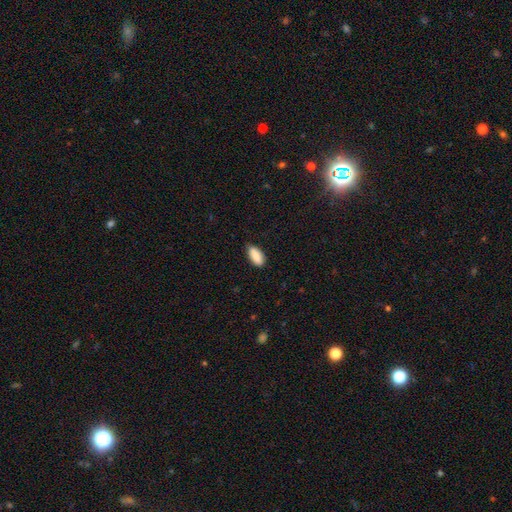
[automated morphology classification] Overall: smooth (88%). How rounded: in between (85%). Merging: none (80%).